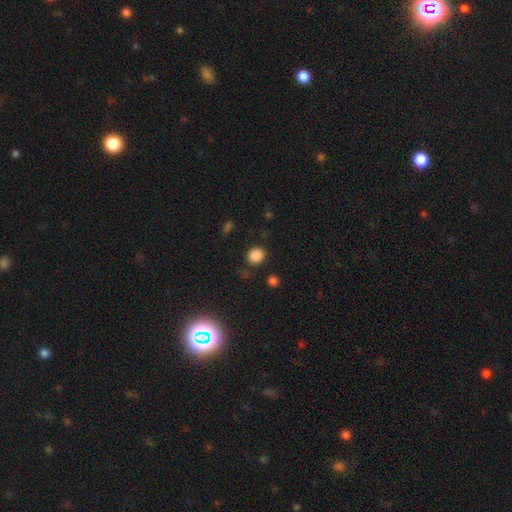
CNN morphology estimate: This is clearly a smooth galaxy (84%). How rounded: likely round (79%). Merging: clearly none (82%).